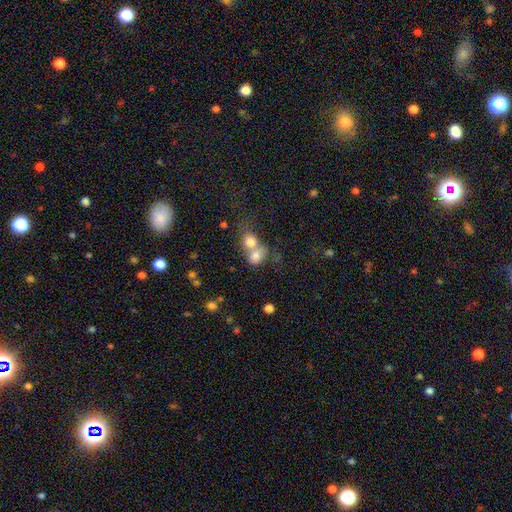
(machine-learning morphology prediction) smooth 75%, featured or disk 15%, star or artifact 10%. Down the decision tree: how rounded — round (63%); merging — merger (71%).